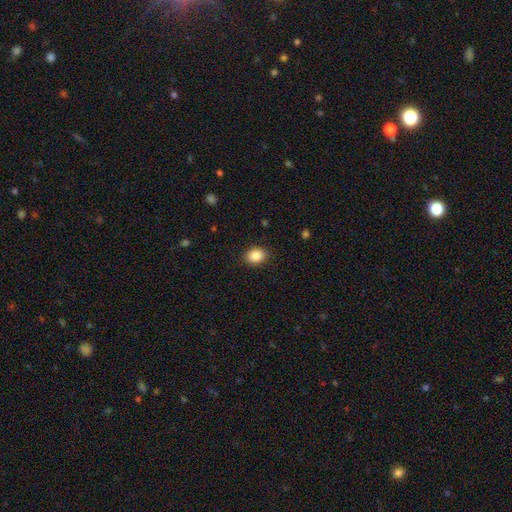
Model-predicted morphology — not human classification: Smooth or featured? smooth (87%)
How rounded? round (50%)
Merging? none (89%)